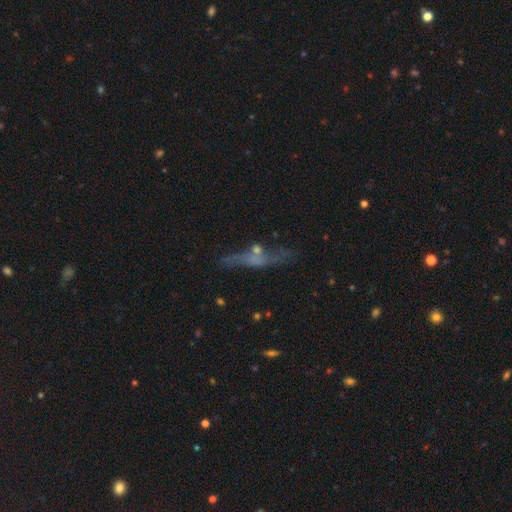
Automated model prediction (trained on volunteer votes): This is possibly a featured or disk galaxy (48%). Merging: possibly none (53%).